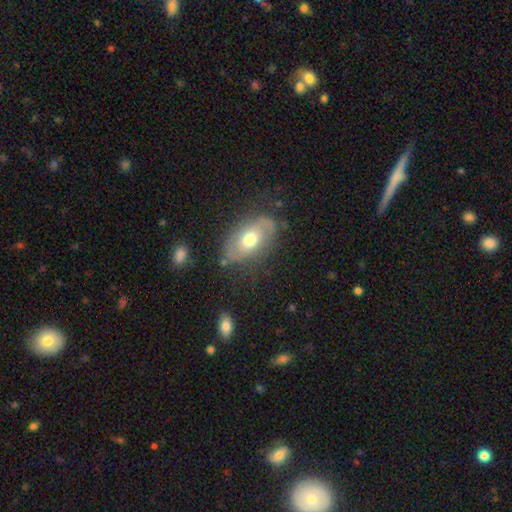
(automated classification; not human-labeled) This appears to be a featured or disk galaxy (45%). Merging: none (76%).